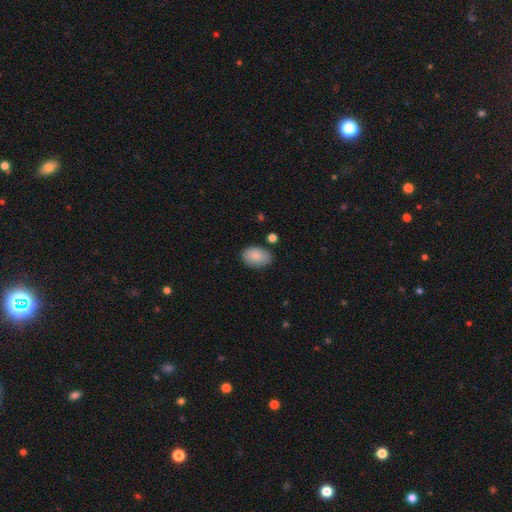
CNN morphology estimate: This is clearly a smooth galaxy (86%). How rounded: clearly in between (87%). Merging: likely none (78%).